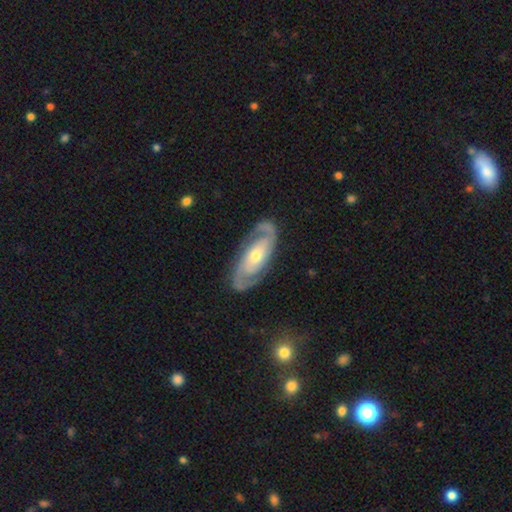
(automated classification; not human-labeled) smooth-or-featured: featured or disk: 89% | smooth: 7% | star or artifact: 4%
  disk-edge-on: no: 95% | yes: 5%
    bar: no: 59% | weak: 27% | strong: 14%
    has-spiral-arms: yes: 96% | no: 4%
      spiral-winding: tight: 51% | medium: 39% | loose: 10%
      spiral-arm-count: 2: 91% | can't tell: 4% | 1: 2% | 3: 2% | 4: 1% | more than 4: 1%
    bulge-size: moderate: 61% | small: 33% | large: 4% | none: 1% | dominant: 1%
  merging: none: 83% | minor disturbance: 12% | major disturbance: 4% | merger: 1%